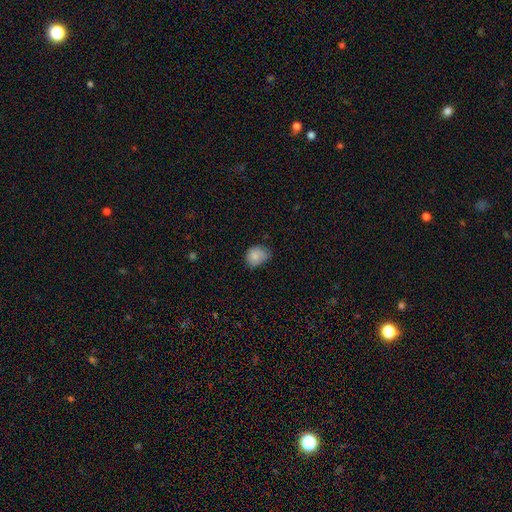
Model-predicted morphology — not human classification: Smooth or featured?
  - smooth: 84% *
  - star or artifact: 9%
  - featured or disk: 7%
How rounded?
  - round: 52% *
  - in between: 48%
  - cigar-shaped: 1%
Merging?
  - none: 53% *
  - minor disturbance: 37%
  - major disturbance: 8%
  - merger: 2%